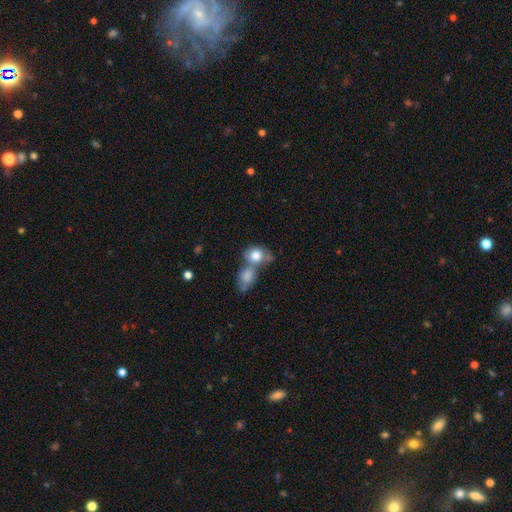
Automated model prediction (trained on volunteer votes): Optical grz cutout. It shows a smooth galaxy with no disk features (79%) that is in between round and cigar-shaped (53%). Merging: merger (60%).